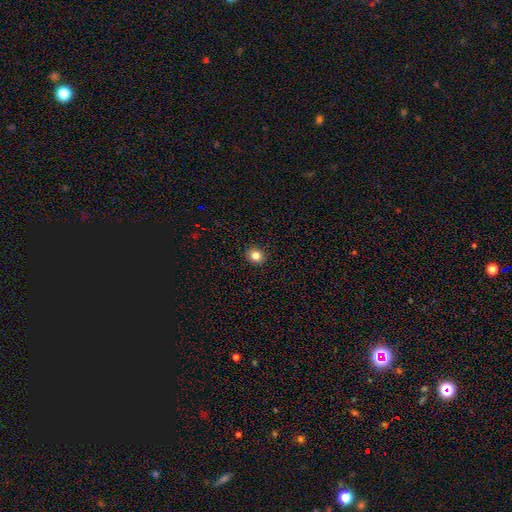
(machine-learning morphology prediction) The model was most divided on "how rounded": round: 80%, in between: 20%, cigar-shaped: 1%. More confident: merging — none (93%); smooth or featured — smooth (83%).